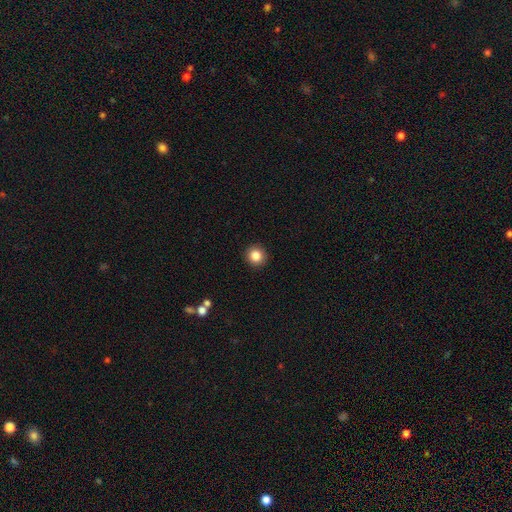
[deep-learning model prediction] A smooth galaxy with no disk features (85%) that is round (94%).

Vote fractions:
- Smooth or featured? smooth: 85% / star or artifact: 10% / featured or disk: 5%
- How rounded? round: 94% / in between: 5% / cigar-shaped: 1%
- Merging? none: 93% / minor disturbance: 4% / major disturbance: 2% / merger: 1%